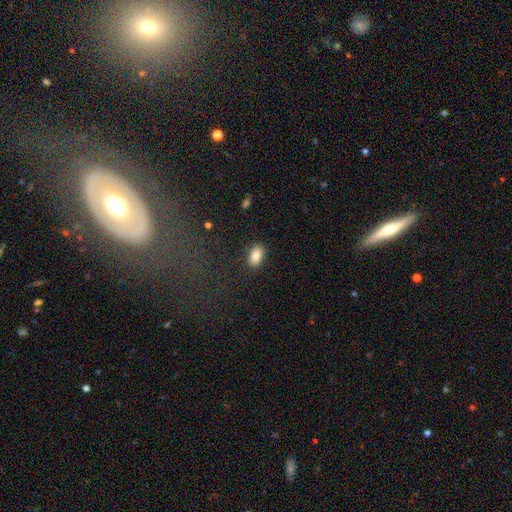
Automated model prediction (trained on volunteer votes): The model was most divided on "merging": none: 86%, minor disturbance: 10%, major disturbance: 2%, merger: 1%. More confident: how rounded — in between (91%); smooth or featured — smooth (86%).